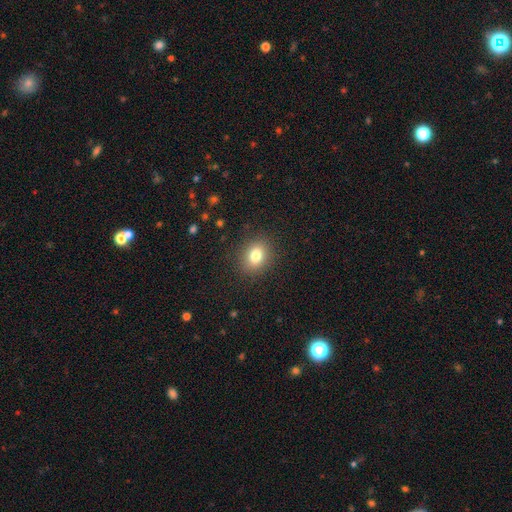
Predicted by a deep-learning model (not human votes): This is clearly a smooth galaxy (80%). How rounded: possibly round (52%). Merging: clearly none (88%).